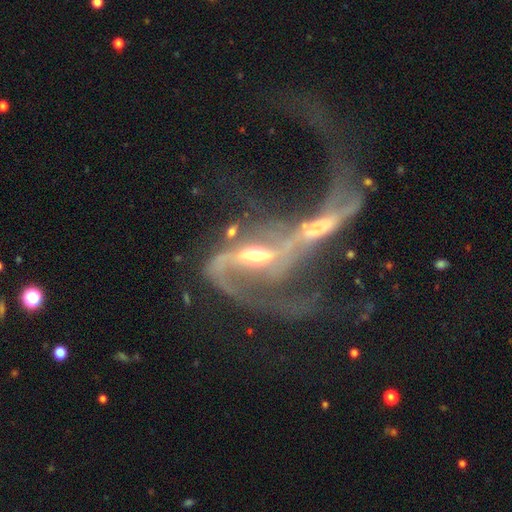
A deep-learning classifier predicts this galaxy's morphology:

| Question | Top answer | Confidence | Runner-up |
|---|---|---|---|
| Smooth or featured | featured or disk | 84% | smooth (8%) |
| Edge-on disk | no | 84% | yes (16%) |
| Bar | strong | 56% | weak (25%) |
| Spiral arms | yes | 81% | no (19%) |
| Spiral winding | loose | 56% | medium (29%) |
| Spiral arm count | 2 | 66% | 1 (14%) |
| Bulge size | moderate | 61% | small (25%) |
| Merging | merger | 53% | major disturbance (22%) |